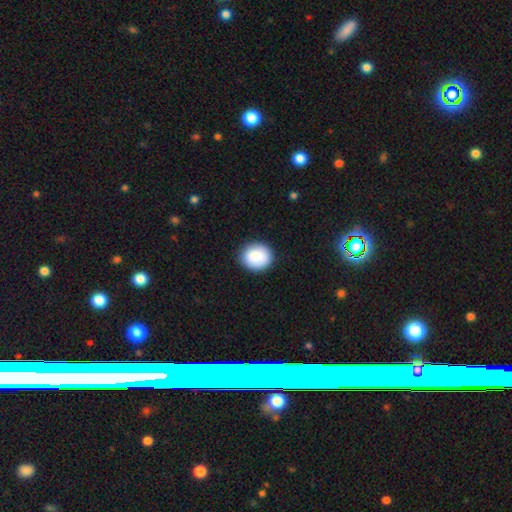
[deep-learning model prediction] A smooth galaxy with no disk features (84%) that is round (77%). Merging: none (88%).